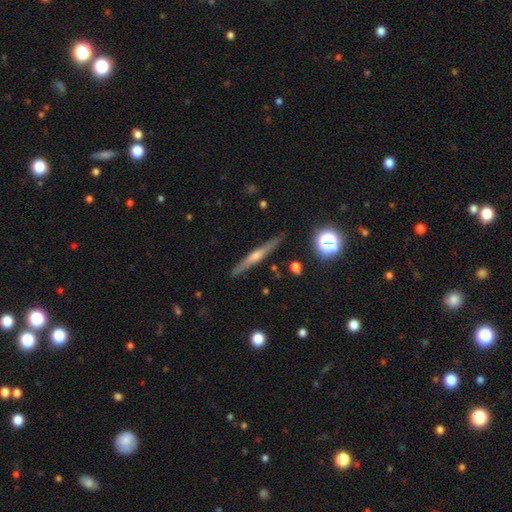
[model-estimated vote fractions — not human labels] smooth-or-featured: featured or disk: 65% | smooth: 26% | star or artifact: 9%
  disk-edge-on: yes: 97% | no: 3%
    edge-on-bulge: rounded: 69% | none: 23% | boxy: 8%
  merging: none: 89% | minor disturbance: 8% | major disturbance: 2% | merger: 1%